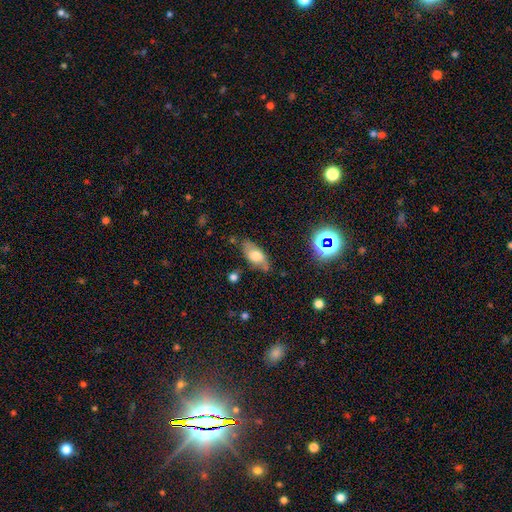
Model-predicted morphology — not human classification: smooth-or-featured: smooth: 54% | featured or disk: 37% | star or artifact: 10%
  how-rounded: in between: 81% | cigar-shaped: 13% | round: 5%
  merging: none: 68% | minor disturbance: 22% | major disturbance: 6% | merger: 3%